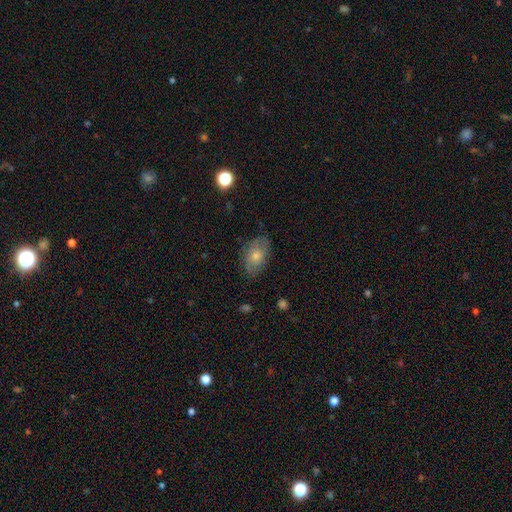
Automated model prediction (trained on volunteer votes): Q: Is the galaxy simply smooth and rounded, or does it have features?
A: smooth — 49%.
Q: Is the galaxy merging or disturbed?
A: none — 78%.